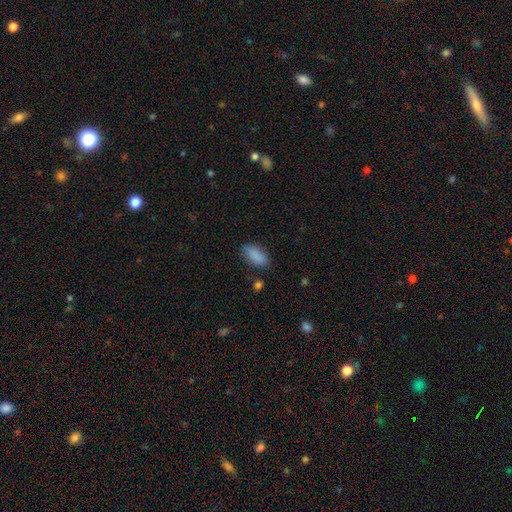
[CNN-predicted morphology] Smooth or featured? Predicted: smooth (p=0.89). How rounded? Predicted: in between (p=0.82). Merging? Predicted: none (p=0.82).